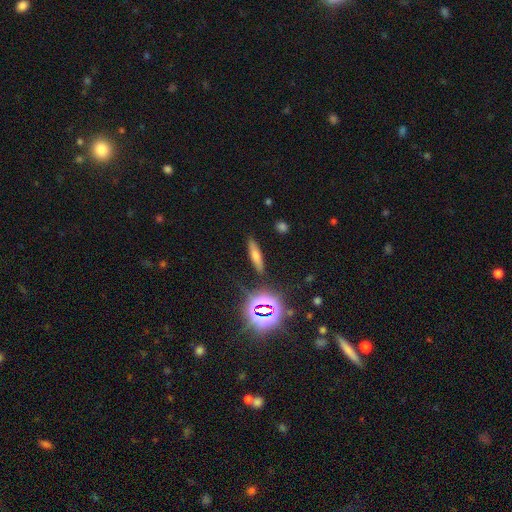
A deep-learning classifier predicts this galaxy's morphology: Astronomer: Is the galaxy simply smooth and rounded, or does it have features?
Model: smooth — 51%.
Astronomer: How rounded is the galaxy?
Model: cigar-shaped — 75%.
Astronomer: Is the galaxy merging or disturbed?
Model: none — 86%.